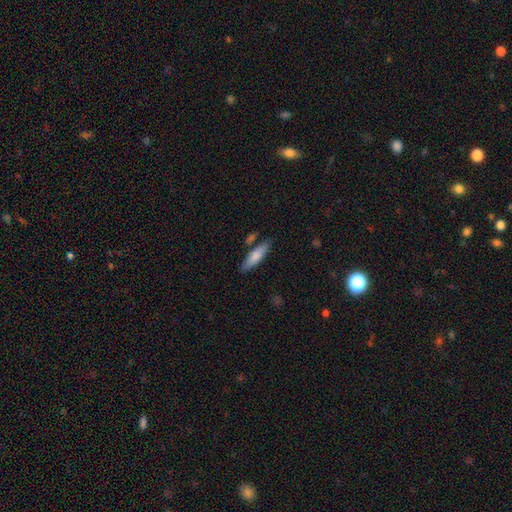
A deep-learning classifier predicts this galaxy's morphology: Smooth or featured: smooth — 76% (featured or disk — 18%)
How rounded: cigar-shaped — 70% (in between — 28%)
Merging: none — 78% (minor disturbance — 12%)